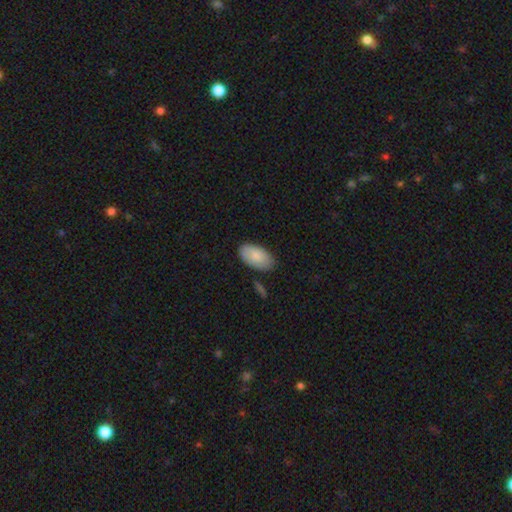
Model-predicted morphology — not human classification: Smooth or featured? Predicted: smooth (p=0.83). How rounded? Predicted: in between (p=0.95). Merging? Predicted: none (p=0.78).